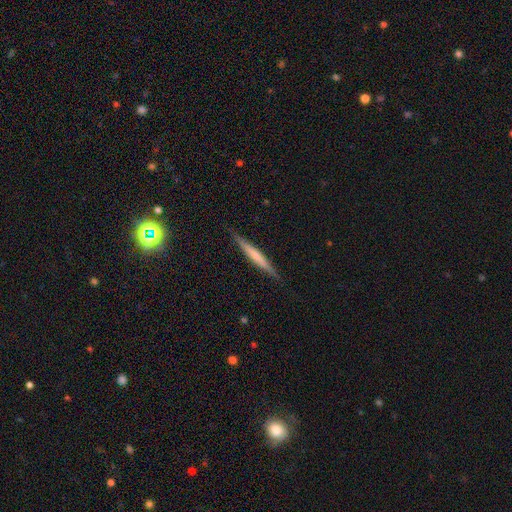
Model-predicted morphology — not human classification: Q: Smooth or featured?
A: featured or disk (49%); runner-up: smooth (45%)
Q: Merging?
A: none (89%); runner-up: minor disturbance (9%)